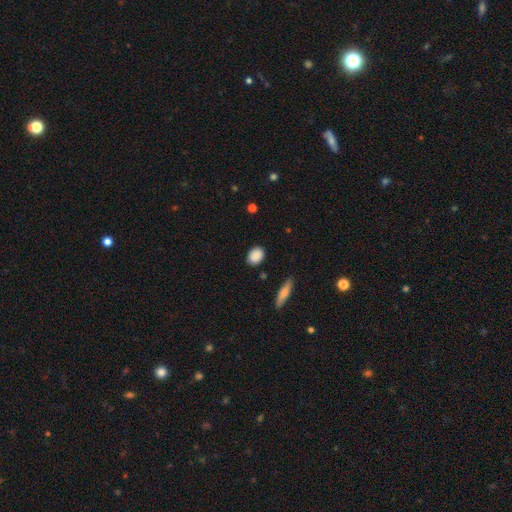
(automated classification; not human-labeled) Overall: smooth (89%). How rounded: in between (59%; round 39%). Merging: none (86%).